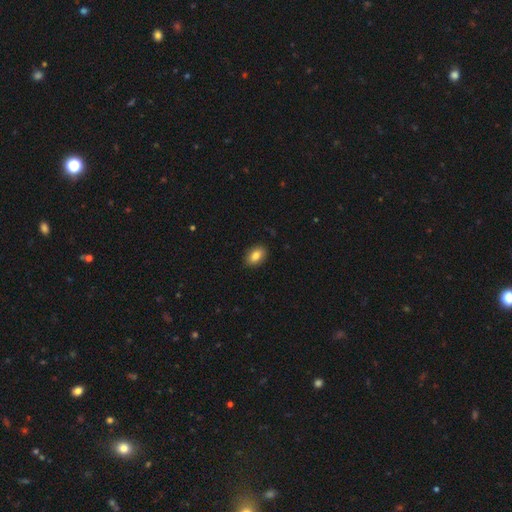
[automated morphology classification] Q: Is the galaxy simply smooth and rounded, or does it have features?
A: smooth — 85%.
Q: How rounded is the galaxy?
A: in between — 88%.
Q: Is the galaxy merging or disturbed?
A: none — 89%.